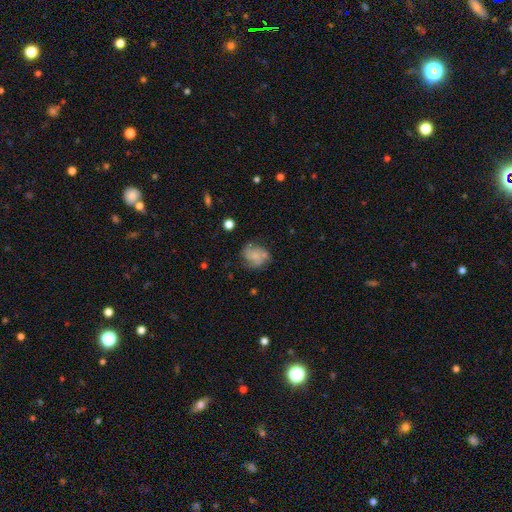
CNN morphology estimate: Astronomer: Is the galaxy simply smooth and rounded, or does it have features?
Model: featured or disk — 51% (runner-up: smooth, 39%).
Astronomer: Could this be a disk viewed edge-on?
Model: no — 98%.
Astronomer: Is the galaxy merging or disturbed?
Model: none — 58%.